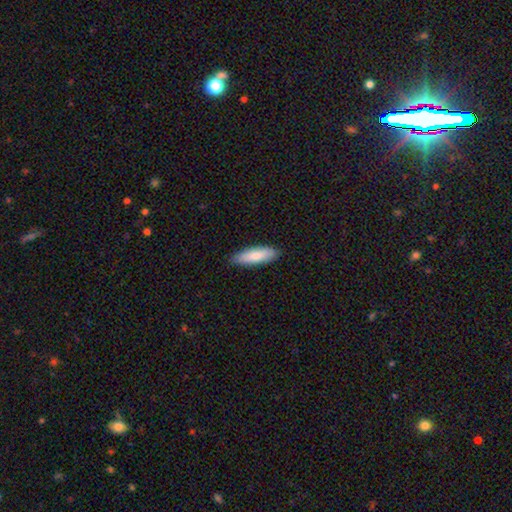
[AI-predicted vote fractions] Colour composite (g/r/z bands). It shows a smooth galaxy with no disk features (82%) that is cigar-shaped (52%). Merging: none (88%).